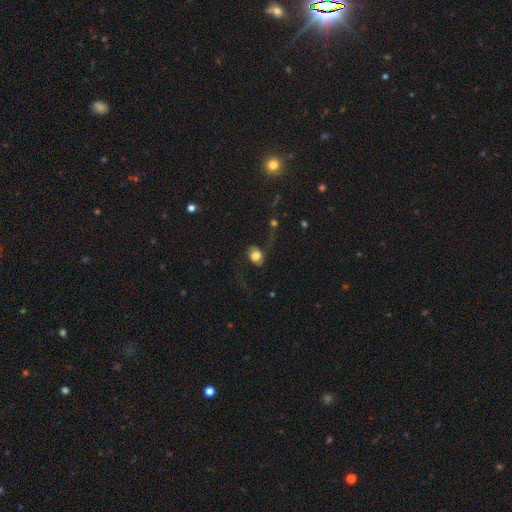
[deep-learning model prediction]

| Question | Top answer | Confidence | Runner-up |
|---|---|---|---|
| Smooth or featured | smooth | 51% | featured or disk (40%) |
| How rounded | in between | 58% | round (40%) |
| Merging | none | 48% | major disturbance (29%) |